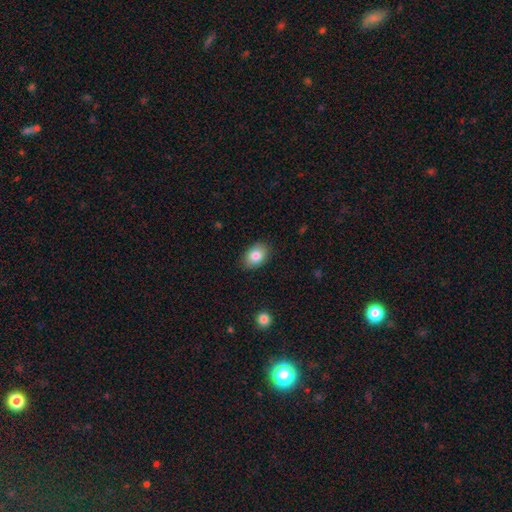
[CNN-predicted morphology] Smooth or featured?
  - smooth: 84% *
  - featured or disk: 8%
  - star or artifact: 8%
How rounded?
  - in between: 75% *
  - round: 24%
  - cigar-shaped: 1%
Merging?
  - none: 84% *
  - minor disturbance: 12%
  - major disturbance: 2%
  - merger: 1%